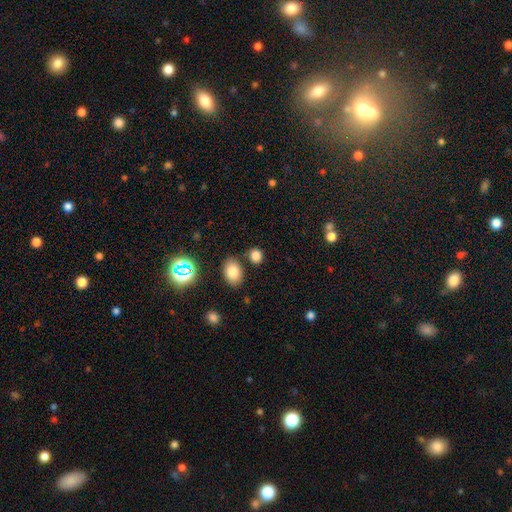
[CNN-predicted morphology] Smooth or featured: smooth — 81% (star or artifact — 13%)
How rounded: round — 57% (in between — 42%)
Merging: none — 76% (minor disturbance — 11%)